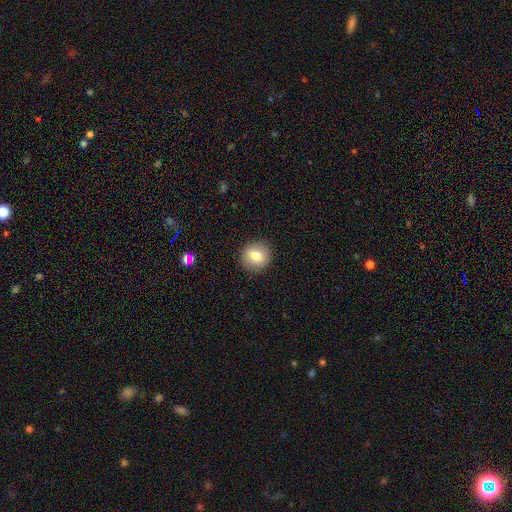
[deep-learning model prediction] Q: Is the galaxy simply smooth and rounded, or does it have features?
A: smooth — 78%.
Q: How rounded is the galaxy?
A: round — 89%.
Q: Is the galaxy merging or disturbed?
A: none — 91%.